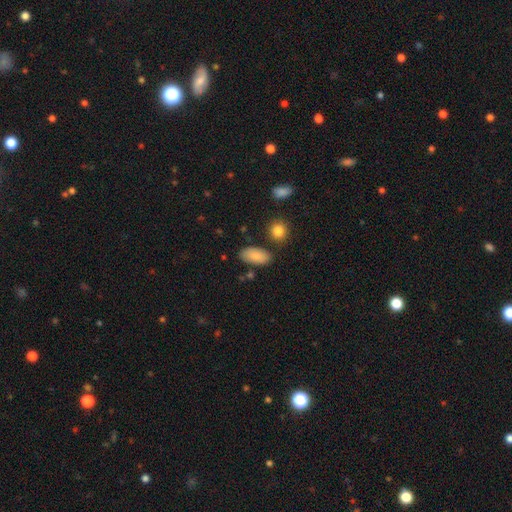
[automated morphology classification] A smooth galaxy with no disk features (86%) that is in between round and cigar-shaped (92%). Merging: none (81%).